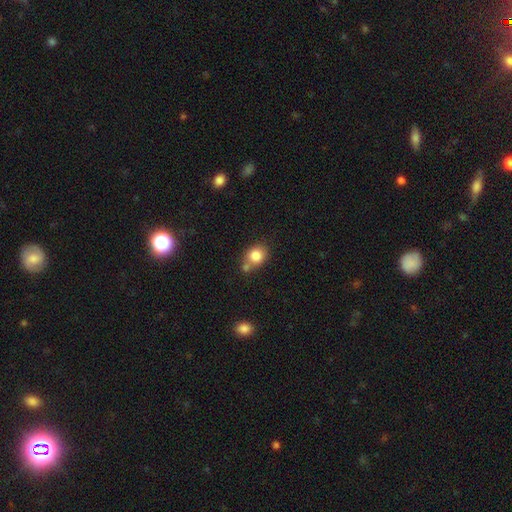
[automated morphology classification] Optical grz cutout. It shows a smooth galaxy with no disk features (83%) that is round (62%). Merging: none (54%).